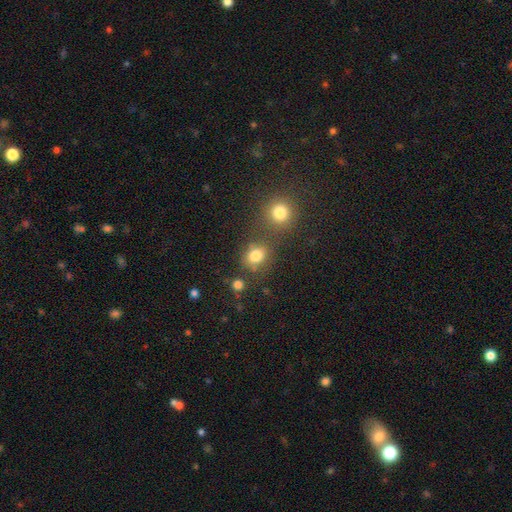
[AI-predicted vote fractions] A smooth galaxy with no disk features (78%) that is round (62%).

Vote fractions:
- Smooth or featured? smooth: 78% / star or artifact: 15% / featured or disk: 7%
- How rounded? round: 62% / in between: 36% / cigar-shaped: 1%
- Merging? none: 59% / merger: 23% / minor disturbance: 12% / major disturbance: 5%